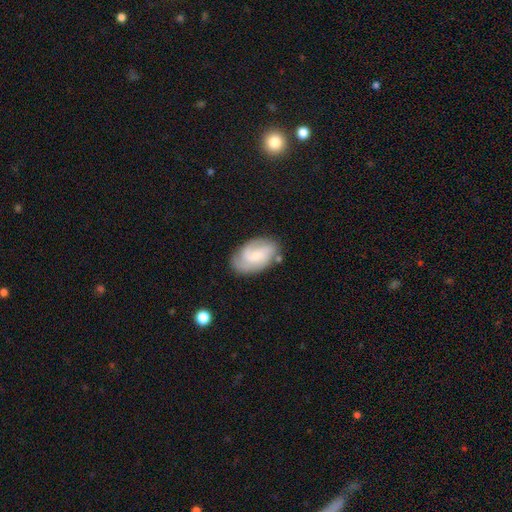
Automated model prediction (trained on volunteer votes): smooth-or-featured: featured or disk: 60% | smooth: 33% | star or artifact: 7%
  disk-edge-on: no: 97% | yes: 3%
    bar: no: 50% | weak: 42% | strong: 9%
    has-spiral-arms: yes: 91% | no: 9%
      spiral-winding: medium: 43% | tight: 37% | loose: 19%
      spiral-arm-count: 2: 40% | 3: 24% | can't tell: 21% | 1: 8% | 4: 4% | more than 4: 3%
    bulge-size: small: 43% | moderate: 31% | none: 17% | large: 7% | dominant: 2%
  merging: none: 68% | minor disturbance: 21% | major disturbance: 7% | merger: 4%